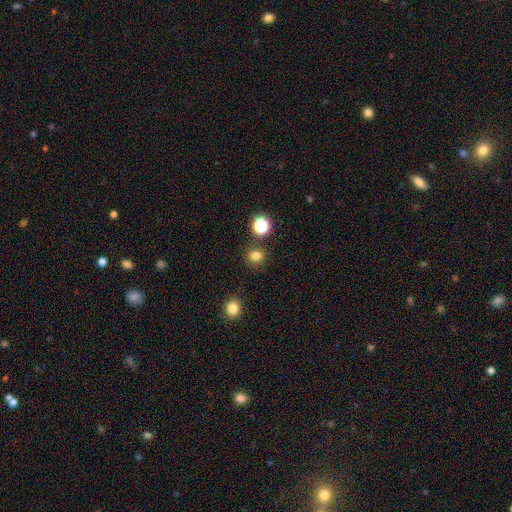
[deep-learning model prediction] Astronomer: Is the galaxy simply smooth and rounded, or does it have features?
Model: smooth — 78%.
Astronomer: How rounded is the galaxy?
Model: round — 82%.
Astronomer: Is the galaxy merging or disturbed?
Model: none — 84%.